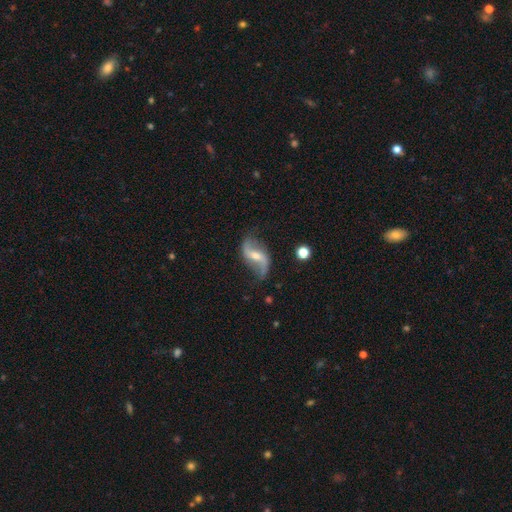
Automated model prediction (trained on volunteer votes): Overall: featured or disk (85%). Edge-on disk: no (95%). Bar: weak (43%; strong 31%). Spiral arms: yes (94%). Spiral arm count: 2 (92%). Spiral winding: loose (87%). Bulge size: moderate (50%; small 40%). Merging: none (72%).